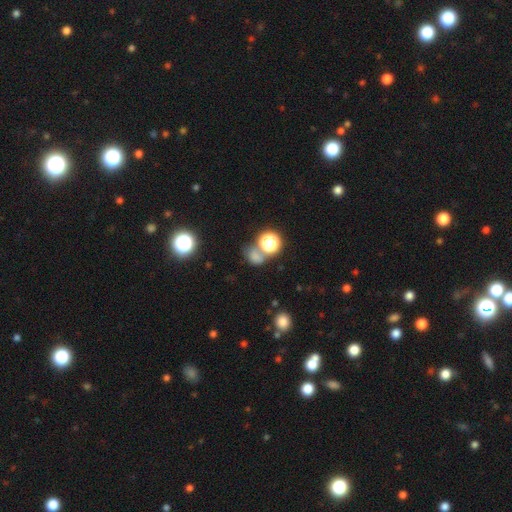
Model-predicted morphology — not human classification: Smooth or featured: smooth — 61% (star or artifact — 29%)
How rounded: round — 62% (in between — 37%)
Merging: none — 50% (merger — 27%)